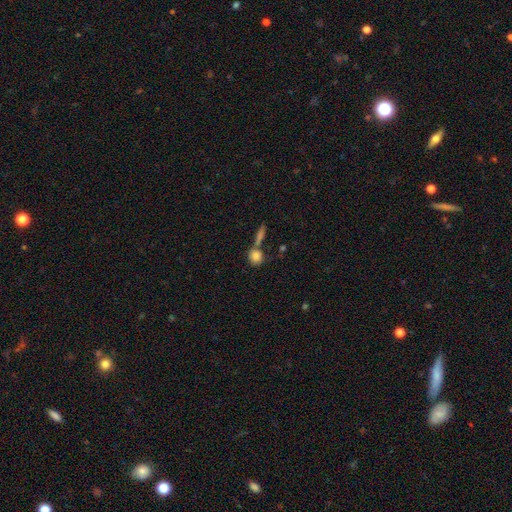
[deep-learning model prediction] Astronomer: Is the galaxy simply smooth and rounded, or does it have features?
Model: smooth — 82%.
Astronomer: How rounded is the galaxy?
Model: round — 76%.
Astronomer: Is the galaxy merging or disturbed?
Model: none — 56%.